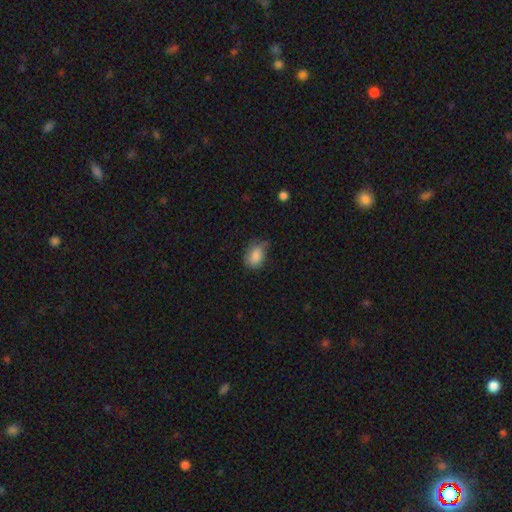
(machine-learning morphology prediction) smooth 83%, featured or disk 9%, star or artifact 8%. Down the decision tree: how rounded — in between (82%); merging — none (50%).